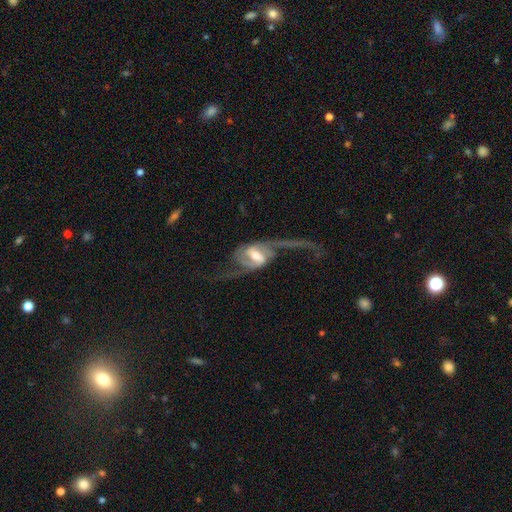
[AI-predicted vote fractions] The model was most divided on "bar": weak: 44%, strong: 43%, no: 12%. Remaining: edge-on disk — no (95%); spiral arms — yes (95%); spiral arm count — 2 (91%); smooth or featured — featured or disk (88%); spiral winding — loose (76%); bulge size — moderate (65%); merging — none (49%).